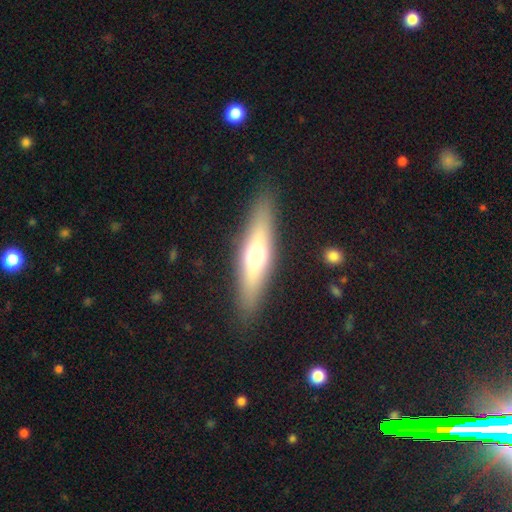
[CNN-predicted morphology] smooth 52%, featured or disk 41%, star or artifact 6%. Down the decision tree: how rounded — cigar-shaped (71%); merging — none (88%).